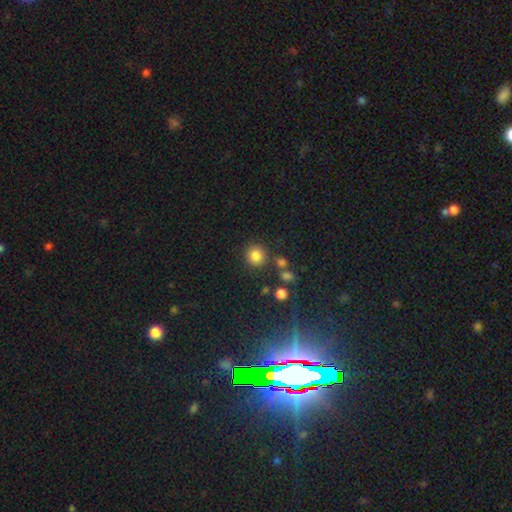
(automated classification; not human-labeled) smooth_or_featured: smooth (p=0.83) [alt: star or artifact p=0.12]
how_rounded: round (p=0.89) [alt: in between p=0.10]
merging: none (p=0.80) [alt: minor disturbance p=0.09]